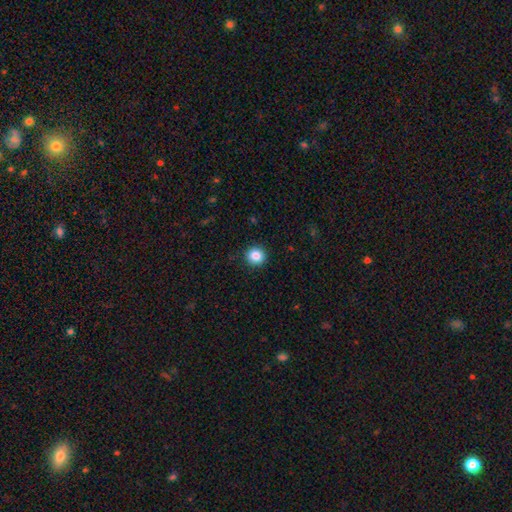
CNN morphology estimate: smooth-or-featured: smooth: 85% | star or artifact: 10% | featured or disk: 5%
  how-rounded: round: 93% | in between: 6% | cigar-shaped: 1%
  merging: none: 92% | minor disturbance: 5% | major disturbance: 2% | merger: 1%